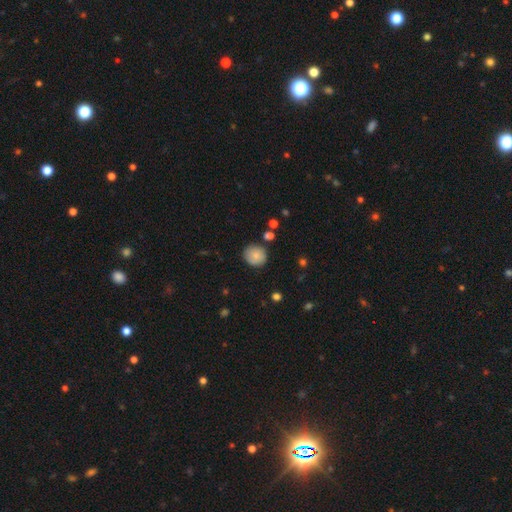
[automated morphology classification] The model was most divided on "merging": none: 82%, minor disturbance: 12%, merger: 3%, major disturbance: 3%. More confident: how rounded — round (89%); smooth or featured — smooth (83%).